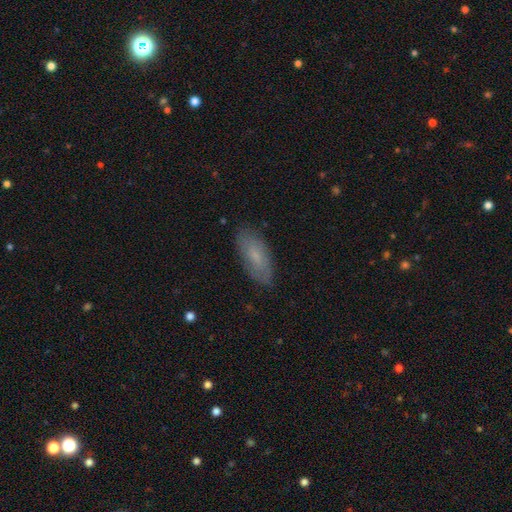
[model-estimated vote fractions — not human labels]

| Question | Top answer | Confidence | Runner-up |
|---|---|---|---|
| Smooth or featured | smooth | 69% | featured or disk (24%) |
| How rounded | in between | 80% | cigar-shaped (18%) |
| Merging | none | 83% | minor disturbance (13%) |